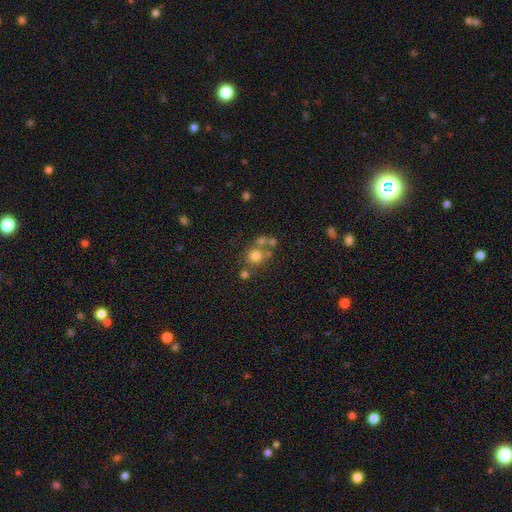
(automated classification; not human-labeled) smooth_or_featured: smooth (p=0.70) [alt: star or artifact p=0.15]
how_rounded: round (p=0.85) [alt: in between p=0.14]
merging: none (p=0.57) [alt: merger p=0.28]